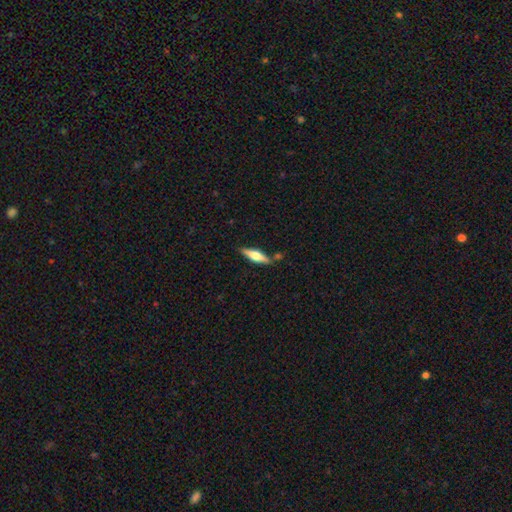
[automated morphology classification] smooth-or-featured: featured or disk: 50% | smooth: 44% | star or artifact: 6%
  merging: none: 79% | minor disturbance: 12% | merger: 6% | major disturbance: 3%